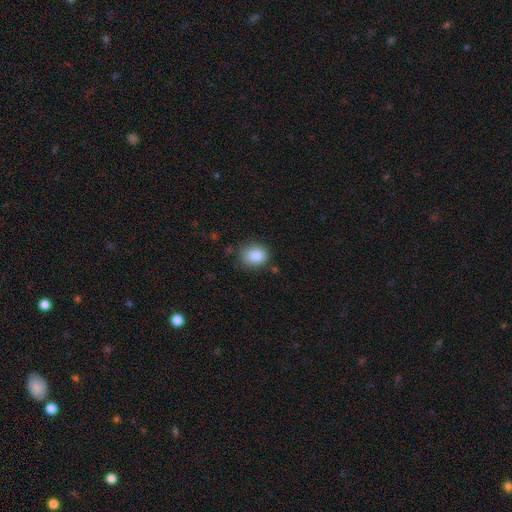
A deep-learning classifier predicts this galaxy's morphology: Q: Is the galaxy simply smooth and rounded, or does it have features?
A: smooth — 87%.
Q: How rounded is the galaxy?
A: round — 57%.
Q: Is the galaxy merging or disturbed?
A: none — 77%.